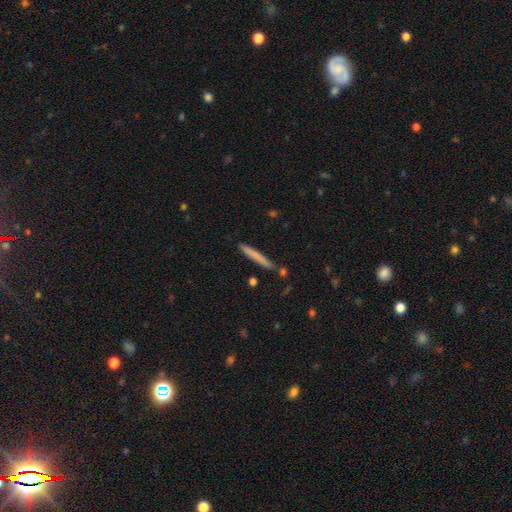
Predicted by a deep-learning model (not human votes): Morphology: type=smooth (70%); roundness=cigar-shaped (97%); merging=none (85%).